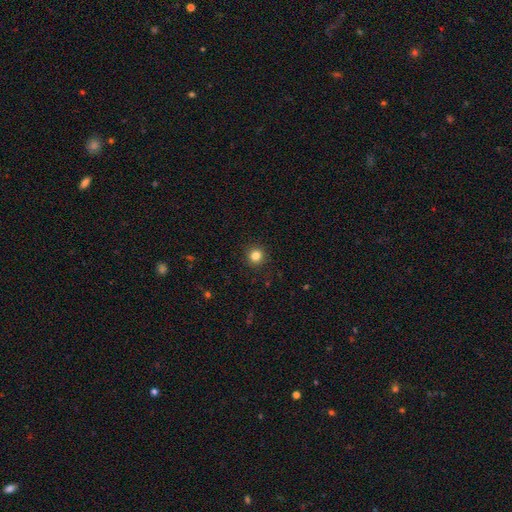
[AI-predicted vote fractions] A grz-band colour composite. It shows a smooth galaxy with no disk features (83%) that is round (93%). Merging: none (92%).